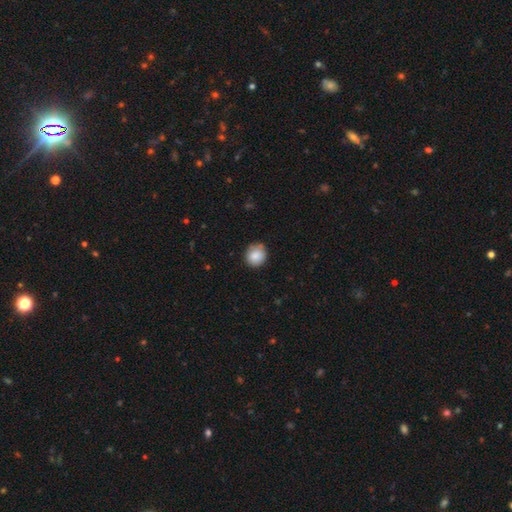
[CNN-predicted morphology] This appears to be a smooth galaxy with no disk features (87%) that is round (85%). Merging: none (80%).